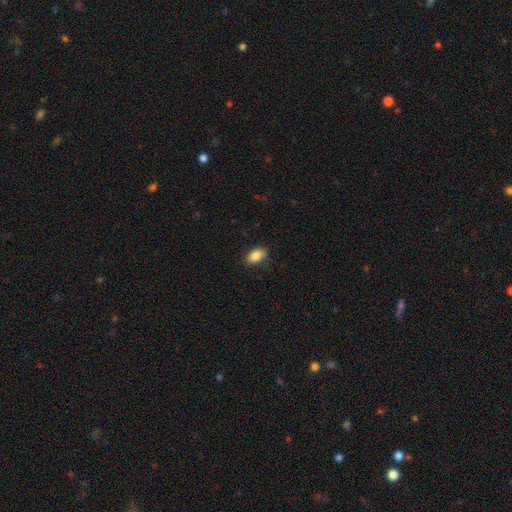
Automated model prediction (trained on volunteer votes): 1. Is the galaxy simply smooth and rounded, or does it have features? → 86% smooth, 7% star or artifact, 7% featured or disk.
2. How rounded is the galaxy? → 91% in between, 7% round, 3% cigar-shaped.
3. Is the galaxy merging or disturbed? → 83% none, 14% minor disturbance, 3% major disturbance, 1% merger.